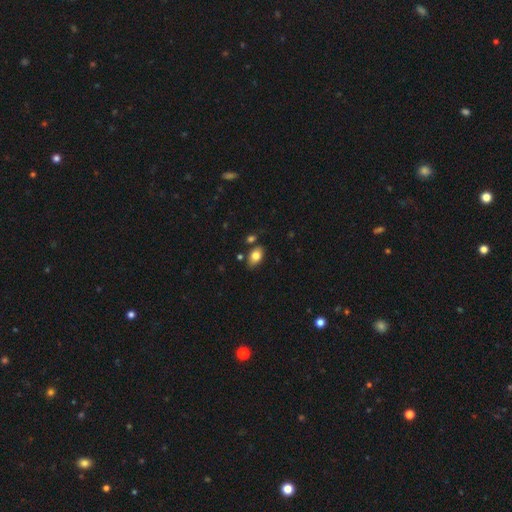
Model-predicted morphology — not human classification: This is clearly a smooth galaxy (80%). How rounded: clearly in between (87%). Merging: likely none (73%).